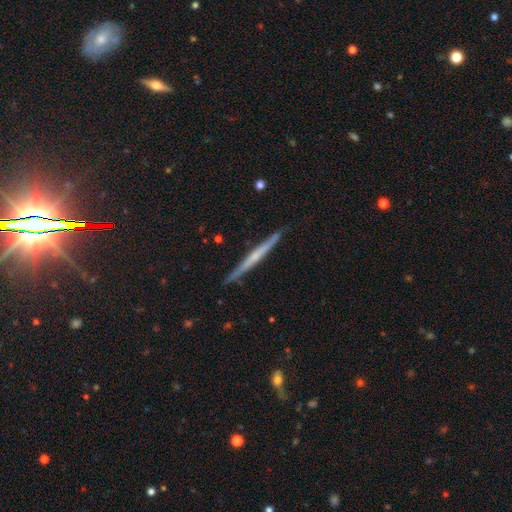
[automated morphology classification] smooth_or_featured: featured or disk (p=0.66) [alt: smooth p=0.28]
disk_edge_on: yes (p=0.98) [alt: no p=0.02]
edge_on_bulge: none (p=0.55) [alt: rounded p=0.38]
merging: none (p=0.90) [alt: minor disturbance p=0.08]